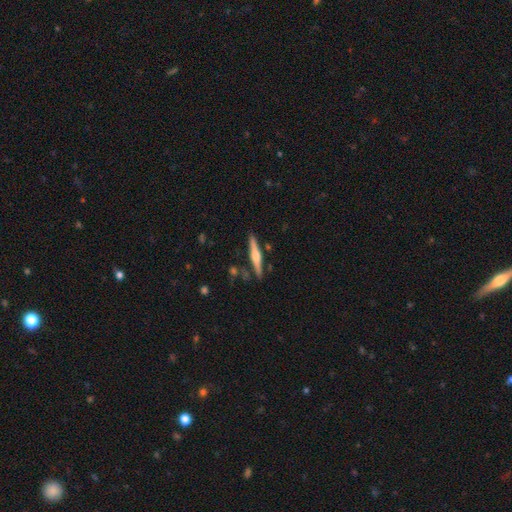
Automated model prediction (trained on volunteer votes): Smooth or featured? Predicted: featured or disk (p=0.66). Edge-on disk? Predicted: yes (p=0.98). Edge-on bulge? Predicted: rounded (p=0.84). Merging? Predicted: none (p=0.86).